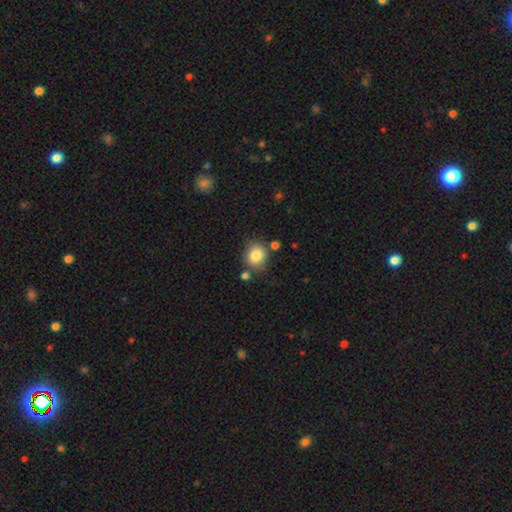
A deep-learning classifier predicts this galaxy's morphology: The model was most divided on "how rounded": round: 82%, in between: 17%, cigar-shaped: 1%. More confident: smooth or featured — smooth (82%); merging — none (77%).